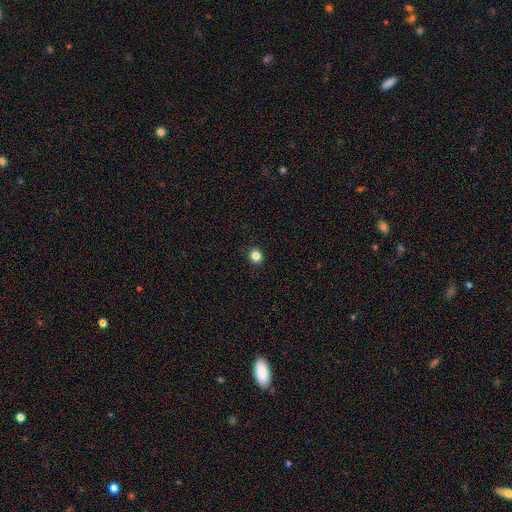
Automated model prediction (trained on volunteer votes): Smooth or featured? Predicted: smooth (p=0.84). How rounded? Predicted: round (p=0.82). Merging? Predicted: none (p=0.91).